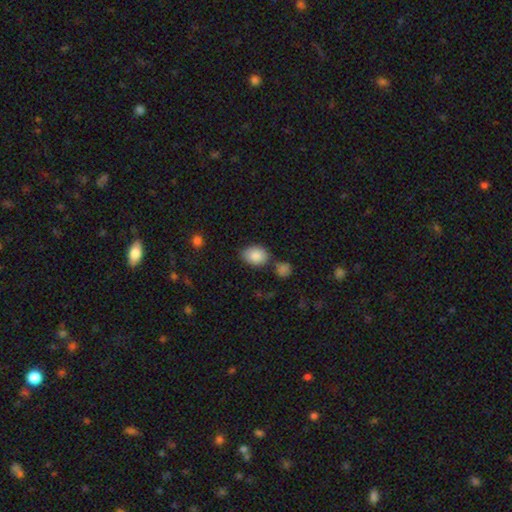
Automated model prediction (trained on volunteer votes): smooth 87%, star or artifact 8%, featured or disk 6%. Down the decision tree: how rounded — in between (74%); merging — none (71%).